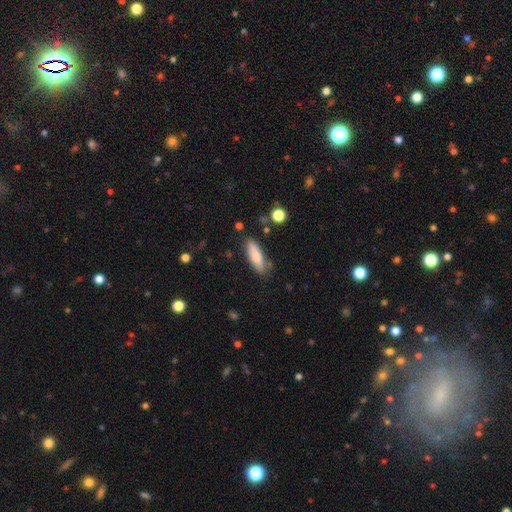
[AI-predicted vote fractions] smooth 81%, featured or disk 13%, star or artifact 6%. Down the decision tree: how rounded — in between (50%); merging — none (78%).